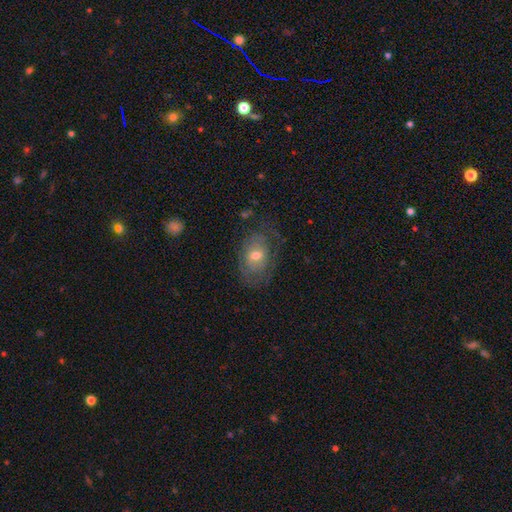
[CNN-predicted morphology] Overall: featured or disk (47%; smooth 44%). Merging: none (60%; minor disturbance 24%).